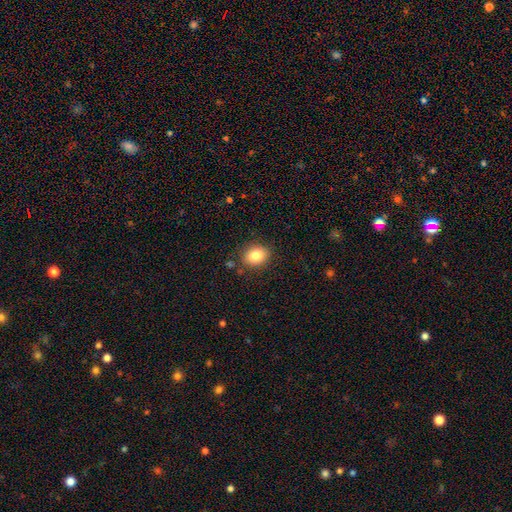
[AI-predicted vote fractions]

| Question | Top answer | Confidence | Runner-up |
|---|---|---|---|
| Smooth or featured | smooth | 84% | star or artifact (9%) |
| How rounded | in between | 60% | round (39%) |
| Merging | none | 85% | minor disturbance (10%) |